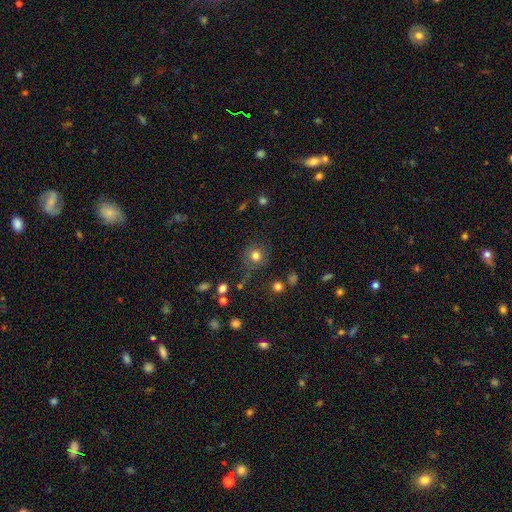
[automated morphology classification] A smooth galaxy with no disk features (78%) that is round (92%). Merging: none (77%).